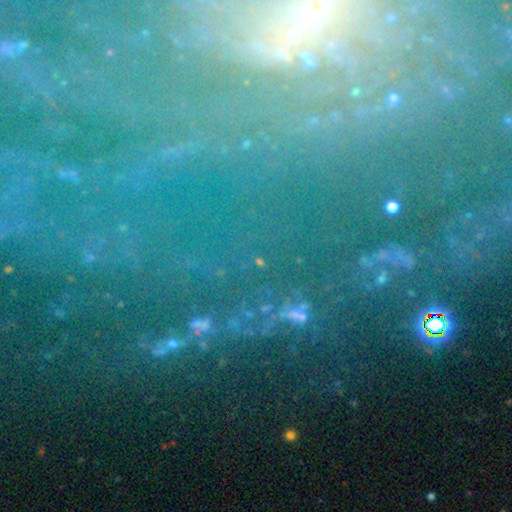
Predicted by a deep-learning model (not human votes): star or artifact 45%, featured or disk 40%, smooth 15%.